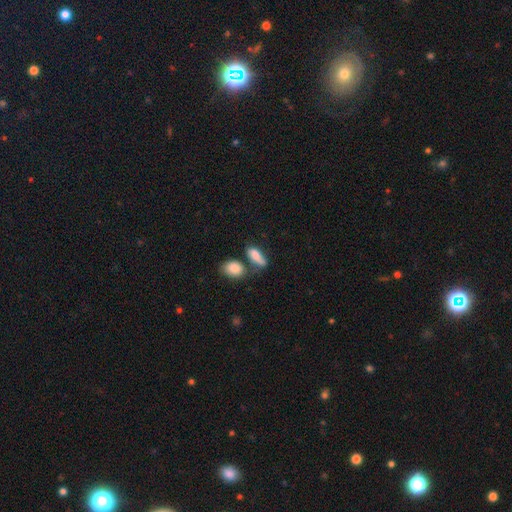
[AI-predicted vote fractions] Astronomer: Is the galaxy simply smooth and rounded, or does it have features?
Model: smooth — 83%.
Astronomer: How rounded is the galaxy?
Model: in between — 79%.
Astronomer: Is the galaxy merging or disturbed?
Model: none — 42% (runner-up: merger, 31%).